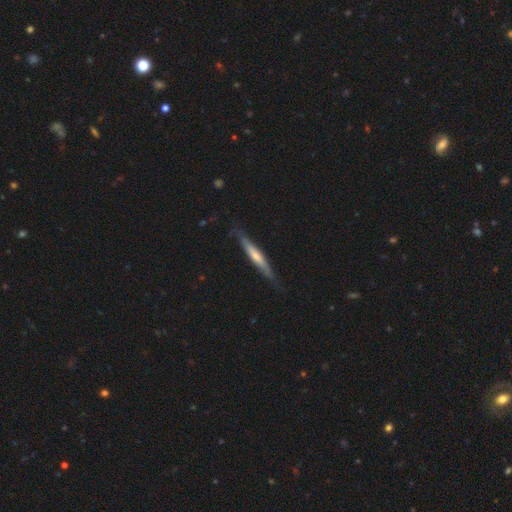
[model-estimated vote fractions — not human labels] Smooth or featured?
  - smooth: 48% *
  - featured or disk: 47%
  - star or artifact: 5%
Merging?
  - none: 78% *
  - minor disturbance: 17%
  - major disturbance: 3%
  - merger: 1%